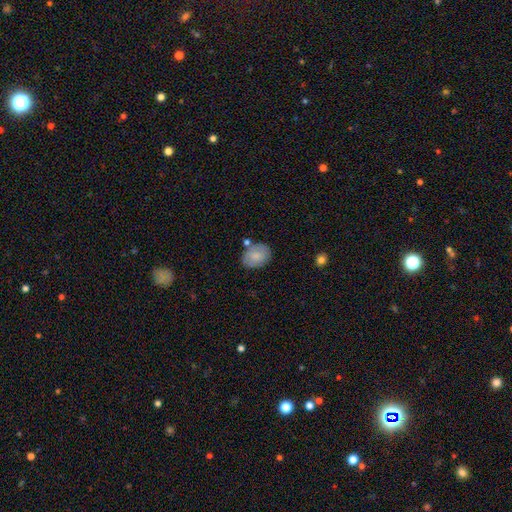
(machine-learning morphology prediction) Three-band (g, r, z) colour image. It shows a smooth galaxy with no disk features (80%) that is in between round and cigar-shaped (67%). Merging: none (71%).